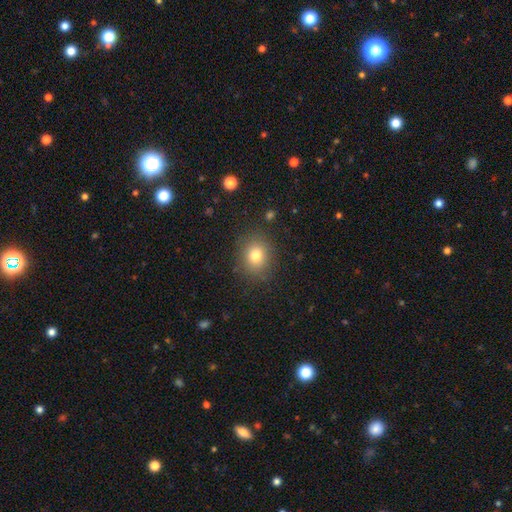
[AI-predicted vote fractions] Overall: smooth (78%). How rounded: round (66%; in between 33%). Merging: none (85%).